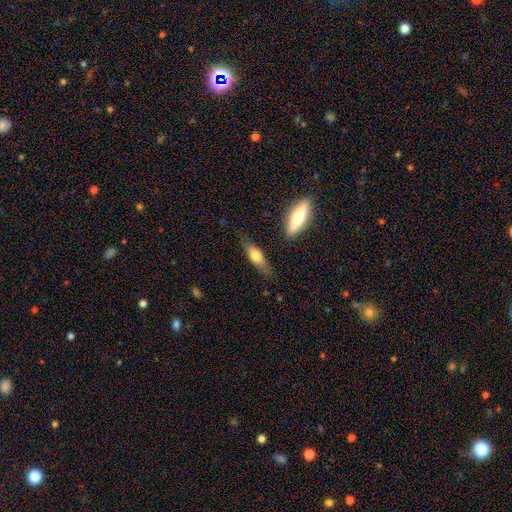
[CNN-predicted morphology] Q: Smooth or featured?
A: smooth (59%); runner-up: featured or disk (34%)
Q: How rounded?
A: in between (54%); runner-up: cigar-shaped (43%)
Q: Merging?
A: none (71%); runner-up: minor disturbance (20%)